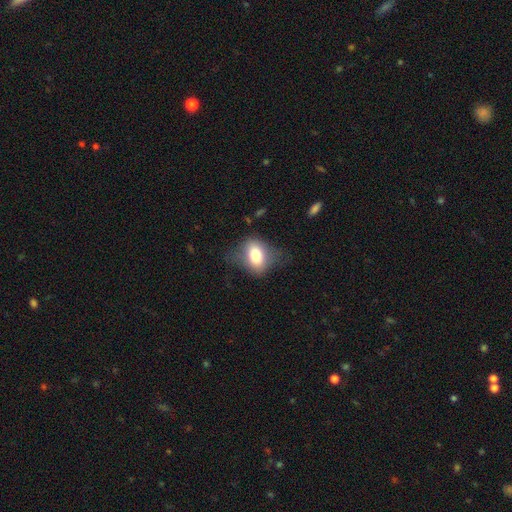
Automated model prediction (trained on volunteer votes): Q: Smooth or featured?
A: smooth (73%); runner-up: featured or disk (19%)
Q: How rounded?
A: in between (77%); runner-up: round (21%)
Q: Merging?
A: none (55%); runner-up: minor disturbance (27%)